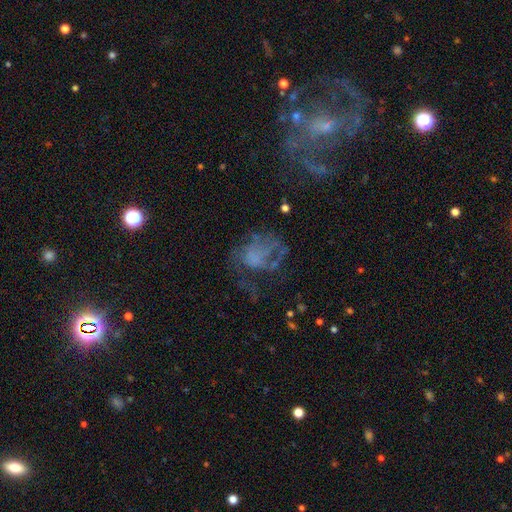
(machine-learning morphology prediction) Smooth or featured? featured or disk (52%)
Edge-on disk? no (98%)
Bar? no (87%)
Spiral arms? no (65%)
Bulge size? none (67%)
Merging? major disturbance (44%)